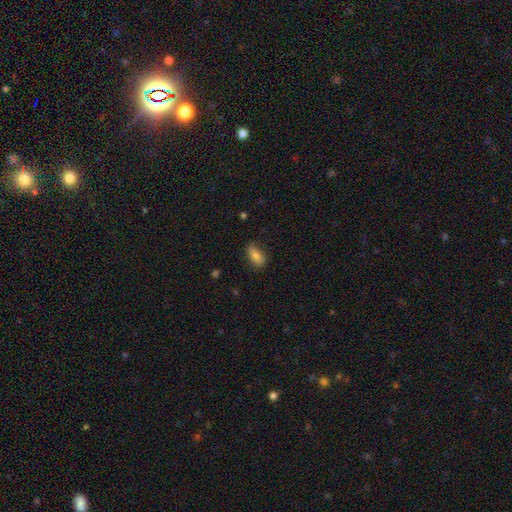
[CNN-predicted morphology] Q: Smooth or featured?
A: smooth (80%); runner-up: featured or disk (13%)
Q: How rounded?
A: in between (85%); runner-up: cigar-shaped (11%)
Q: Merging?
A: none (77%); runner-up: minor disturbance (18%)